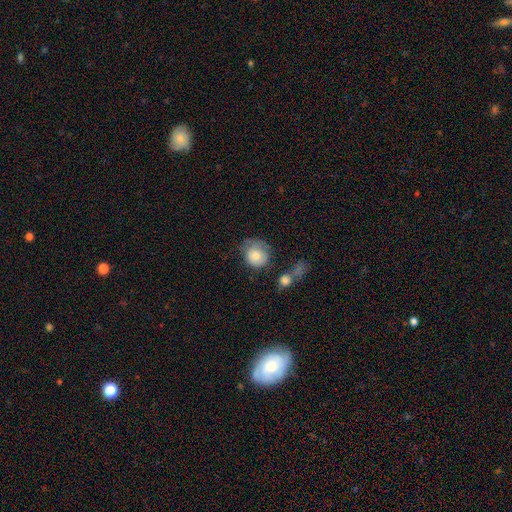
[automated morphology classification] A smooth galaxy with no disk features (74%) that is round (77%). Merging: none (42%).